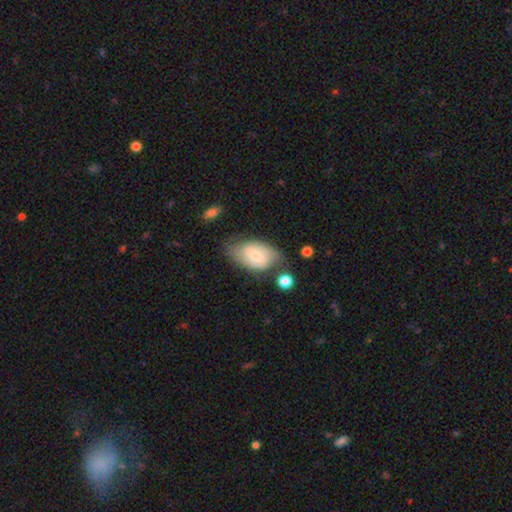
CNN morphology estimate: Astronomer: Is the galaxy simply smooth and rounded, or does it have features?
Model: smooth — 47% (runner-up: featured or disk, 46%).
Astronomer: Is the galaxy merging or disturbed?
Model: none — 56%.